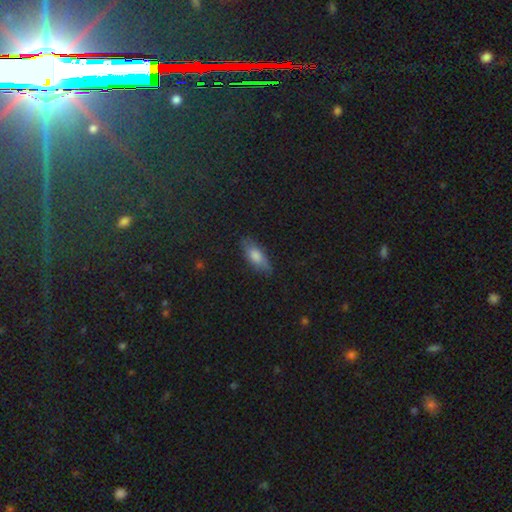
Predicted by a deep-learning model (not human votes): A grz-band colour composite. It shows a smooth galaxy with no disk features (74%) that is in between round and cigar-shaped (75%). Merging: none (81%).